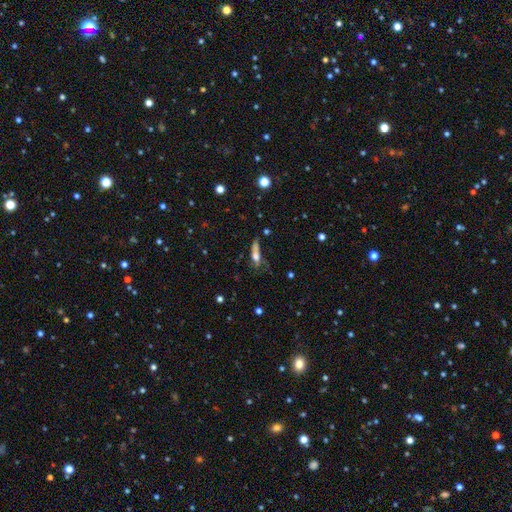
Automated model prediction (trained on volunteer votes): Smooth or featured?
  - smooth: 56% *
  - featured or disk: 30%
  - star or artifact: 14%
How rounded?
  - in between: 48% *
  - cigar-shaped: 46%
  - round: 5%
Merging?
  - major disturbance: 37% *
  - none: 28%
  - minor disturbance: 24%
  - merger: 12%